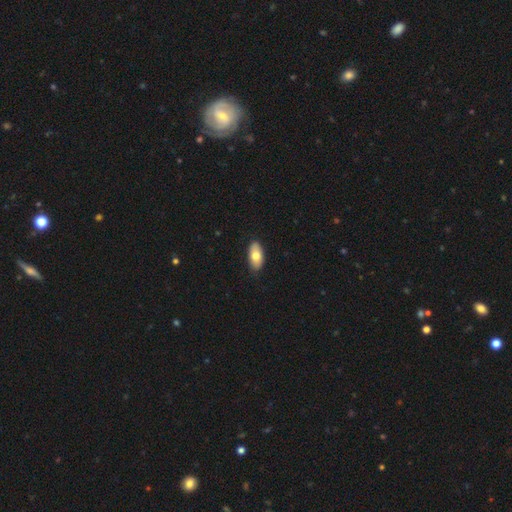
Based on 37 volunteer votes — Overall: smooth (73%). How rounded: in between (89%). Merging: none (89%).